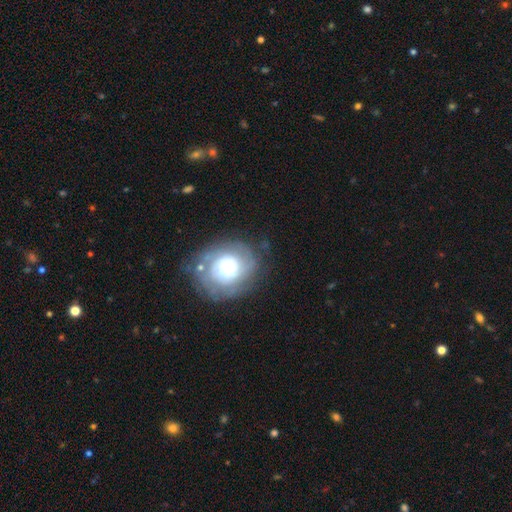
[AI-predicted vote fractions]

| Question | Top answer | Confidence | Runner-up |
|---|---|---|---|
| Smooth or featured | featured or disk | 62% | smooth (27%) |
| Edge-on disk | no | 97% | yes (3%) |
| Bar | no | 81% | weak (15%) |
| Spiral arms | yes | 80% | no (20%) |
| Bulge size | large | 52% | moderate (27%) |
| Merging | none | 74% | minor disturbance (16%) |